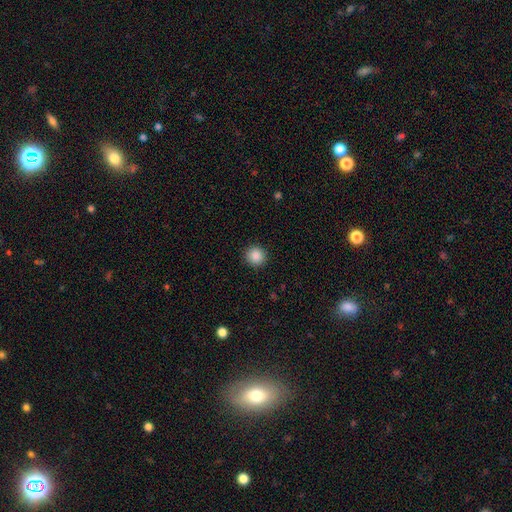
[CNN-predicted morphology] Smooth or featured?
  - smooth: 88% *
  - star or artifact: 9%
  - featured or disk: 3%
How rounded?
  - round: 93% *
  - in between: 6%
  - cigar-shaped: 1%
Merging?
  - none: 92% *
  - minor disturbance: 5%
  - major disturbance: 2%
  - merger: 1%